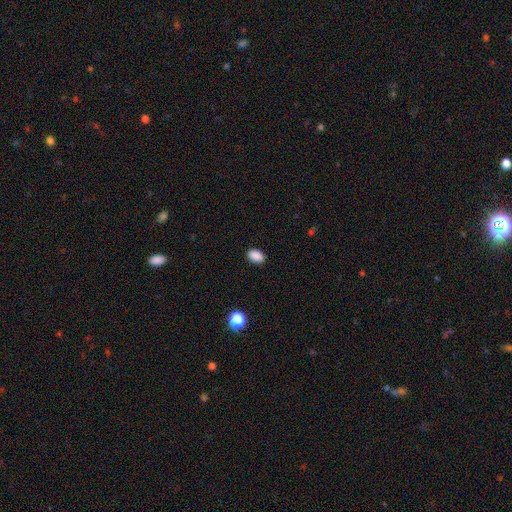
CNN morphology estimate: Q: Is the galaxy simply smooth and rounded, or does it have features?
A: smooth — 88%.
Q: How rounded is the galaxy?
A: in between — 86%.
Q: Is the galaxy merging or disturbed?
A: none — 89%.